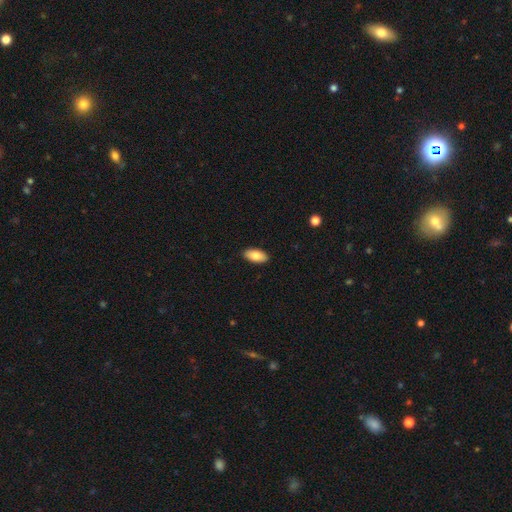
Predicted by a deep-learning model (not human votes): Smooth or featured: smooth — 83% (featured or disk — 10%)
How rounded: in between — 92% (cigar-shaped — 5%)
Merging: none — 90% (minor disturbance — 8%)